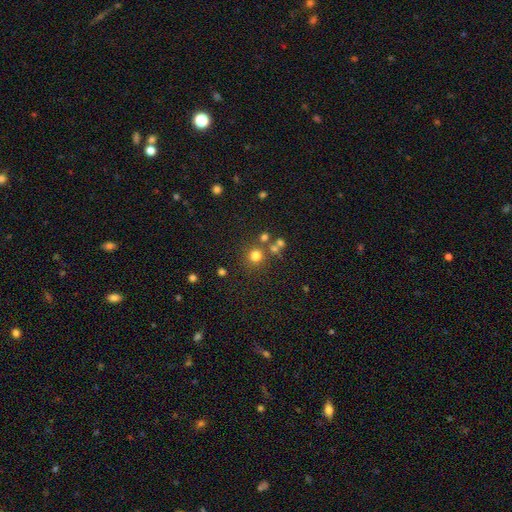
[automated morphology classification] type=smooth (74%); roundness=round (92%); merging=none (74%).